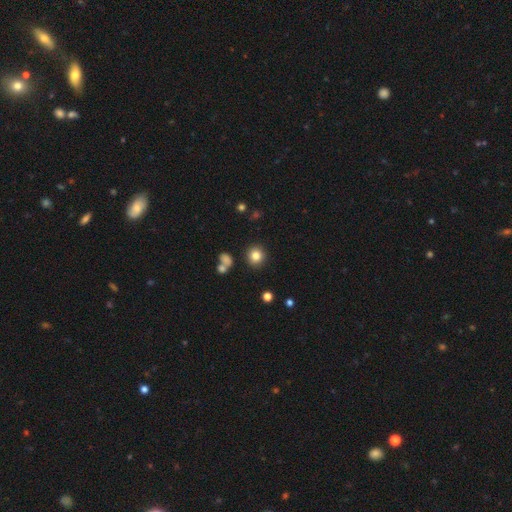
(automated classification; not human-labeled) smooth-or-featured: smooth: 81% | star or artifact: 12% | featured or disk: 7%
  how-rounded: round: 91% | in between: 8% | cigar-shaped: 1%
  merging: none: 87% | minor disturbance: 7% | merger: 4% | major disturbance: 3%